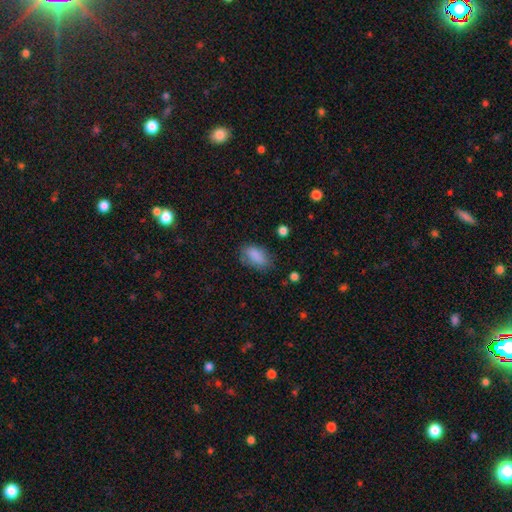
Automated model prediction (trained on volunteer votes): Smooth or featured? smooth (85%)
How rounded? in between (90%)
Merging? none (67%)